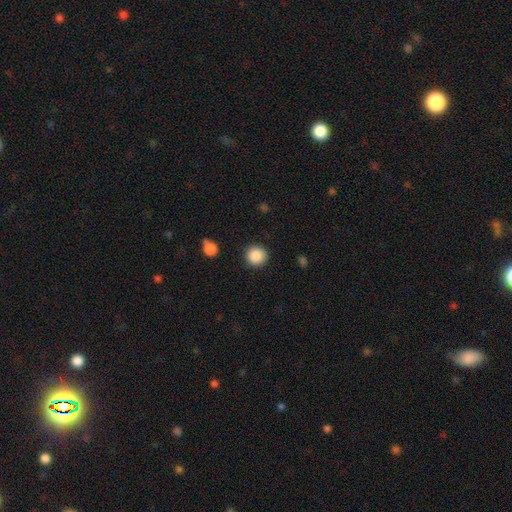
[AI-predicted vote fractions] smooth_or_featured: smooth (p=0.88) [alt: star or artifact p=0.09]
how_rounded: round (p=0.93) [alt: in between p=0.06]
merging: none (p=0.90) [alt: minor disturbance p=0.07]